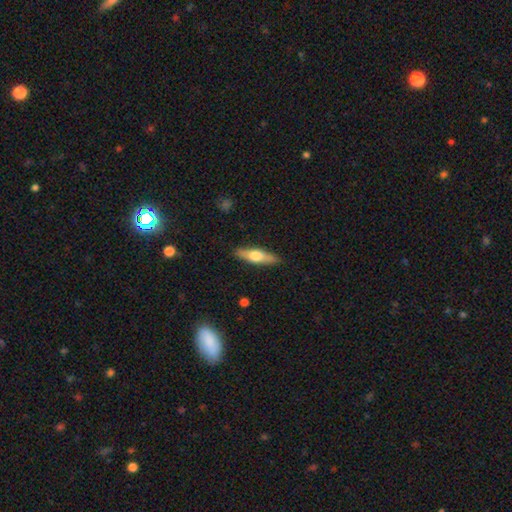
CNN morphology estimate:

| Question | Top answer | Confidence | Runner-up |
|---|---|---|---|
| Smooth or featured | smooth | 51% | featured or disk (44%) |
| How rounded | cigar-shaped | 65% | in between (33%) |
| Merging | none | 88% | minor disturbance (9%) |